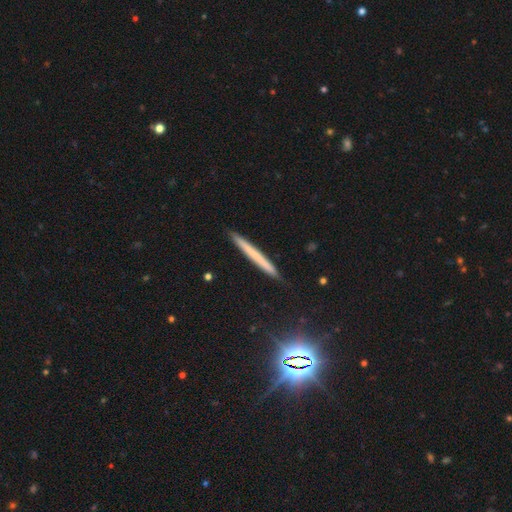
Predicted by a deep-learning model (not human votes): A smooth galaxy with no disk features (55%) that is cigar-shaped (97%). Merging: none (91%).